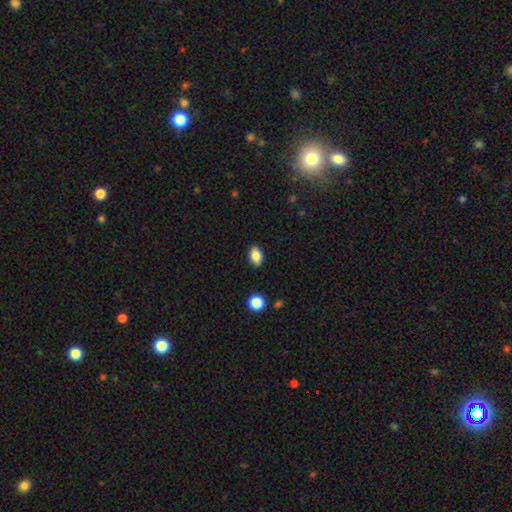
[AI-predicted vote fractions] Morphology: type=smooth (83%); roundness=in between (87%); merging=none (88%).